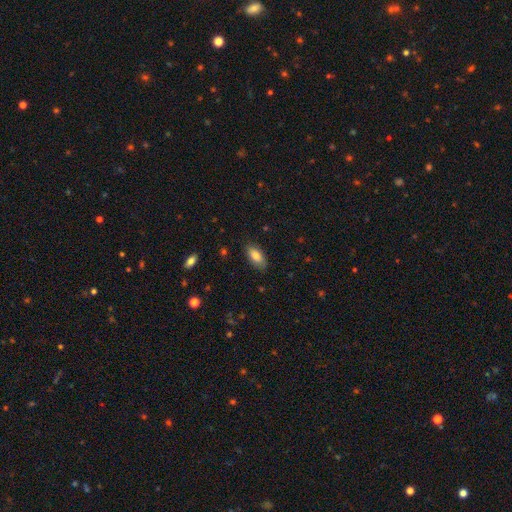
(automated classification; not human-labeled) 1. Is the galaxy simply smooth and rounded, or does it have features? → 82% smooth, 11% featured or disk, 7% star or artifact.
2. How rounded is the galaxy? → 89% in between, 8% cigar-shaped, 3% round.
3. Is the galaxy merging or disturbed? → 83% none, 13% minor disturbance, 3% major disturbance, 1% merger.